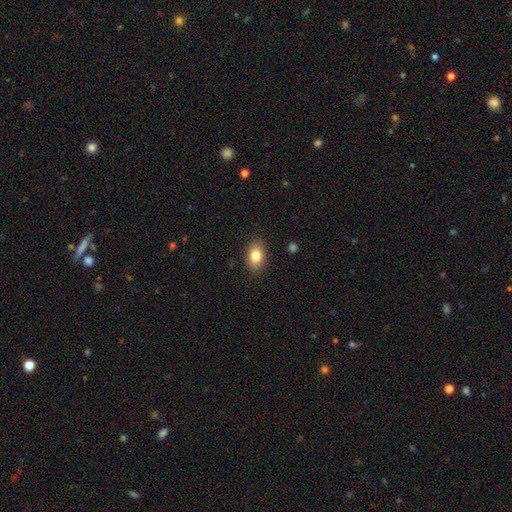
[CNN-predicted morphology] smooth-or-featured: smooth: 82% | featured or disk: 9% | star or artifact: 8%
  how-rounded: in between: 81% | round: 17% | cigar-shaped: 1%
  merging: none: 87% | minor disturbance: 10% | major disturbance: 2% | merger: 1%